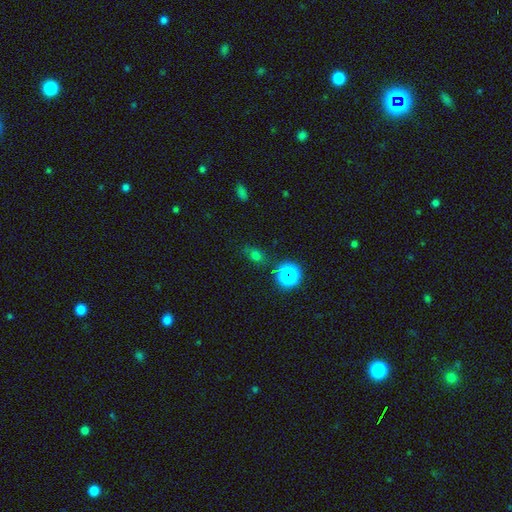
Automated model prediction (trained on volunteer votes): Smooth or featured?
  - star or artifact: 47% *
  - smooth: 45%
  - featured or disk: 8%